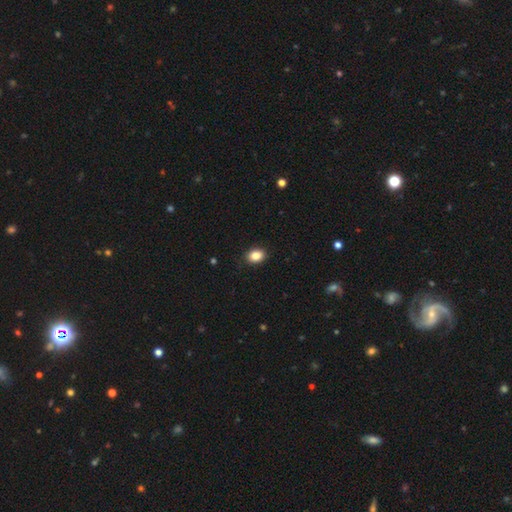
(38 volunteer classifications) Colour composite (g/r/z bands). It shows a smooth galaxy with no disk features (87%) that is in between round and cigar-shaped (55%). Merging: none (97%).